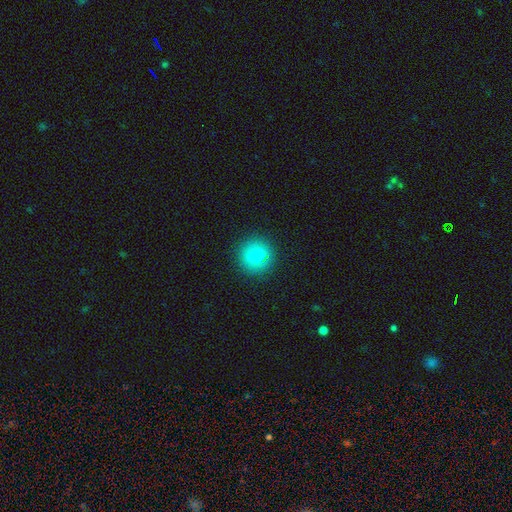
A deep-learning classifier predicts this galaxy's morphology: smooth 73%, featured or disk 15%, star or artifact 12%. Down the decision tree: how rounded — round (94%); merging — none (83%).